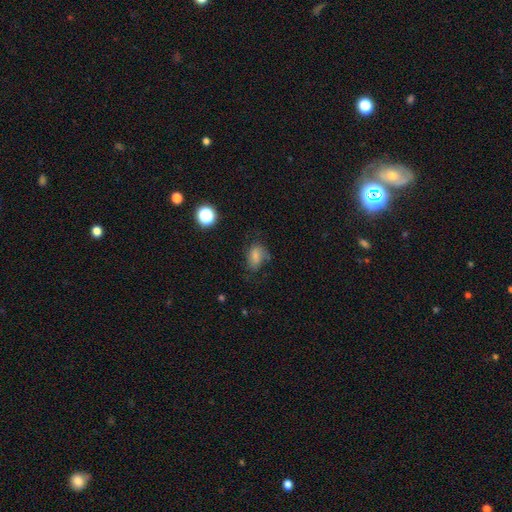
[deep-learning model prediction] A smooth galaxy with no disk features (68%) that is in between round and cigar-shaped (77%). Merging: none (51%).